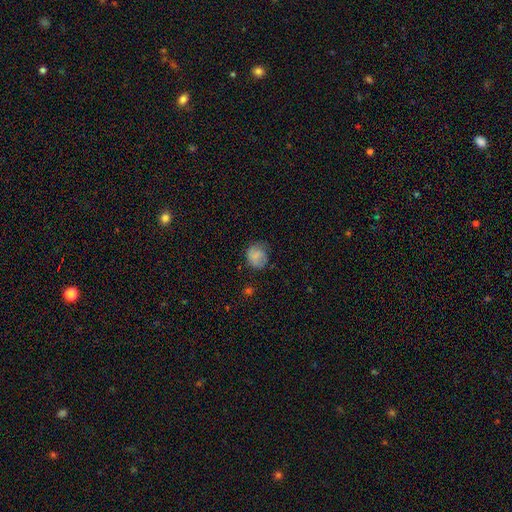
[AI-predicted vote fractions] A smooth galaxy with no disk features (77%) that is round (71%). Merging: none (60%).